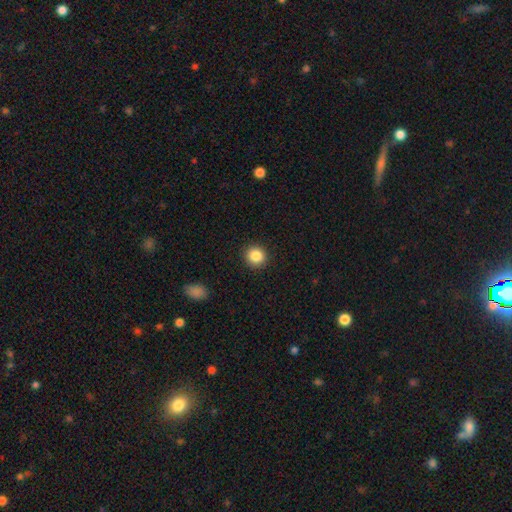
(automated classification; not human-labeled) This is clearly a smooth galaxy (86%). How rounded: clearly round (93%). Merging: clearly none (92%).